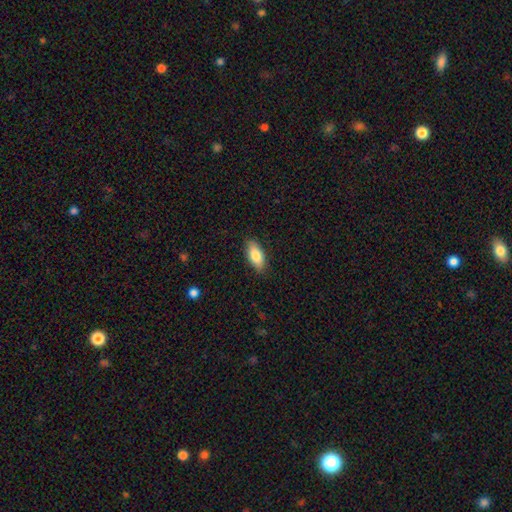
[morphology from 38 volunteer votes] smooth_or_featured: smooth (p=0.87) [alt: featured or disk p=0.08]
how_rounded: in between (p=0.79) [alt: cigar-shaped p=0.18]
merging: none (p=0.86) [alt: minor disturbance p=0.06]